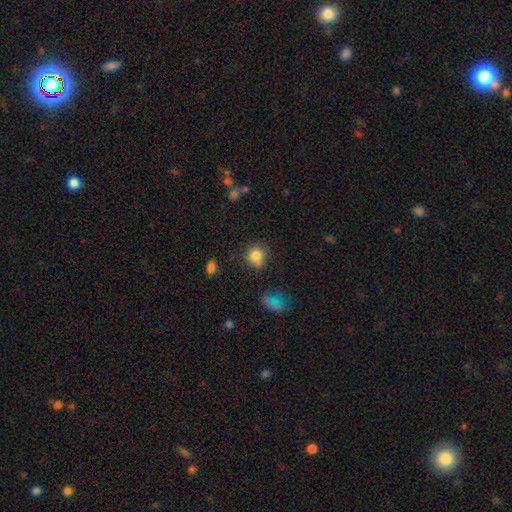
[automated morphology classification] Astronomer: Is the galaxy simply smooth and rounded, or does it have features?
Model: smooth — 81%.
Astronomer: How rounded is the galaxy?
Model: round — 85%.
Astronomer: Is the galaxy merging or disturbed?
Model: none — 66%.